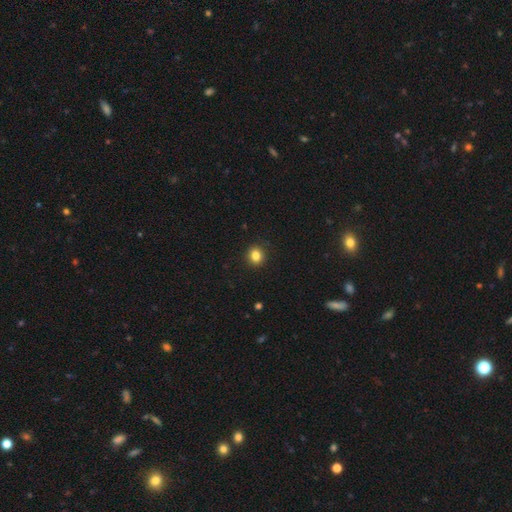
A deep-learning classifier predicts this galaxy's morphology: Overall: smooth (83%). How rounded: round (81%). Merging: none (92%).